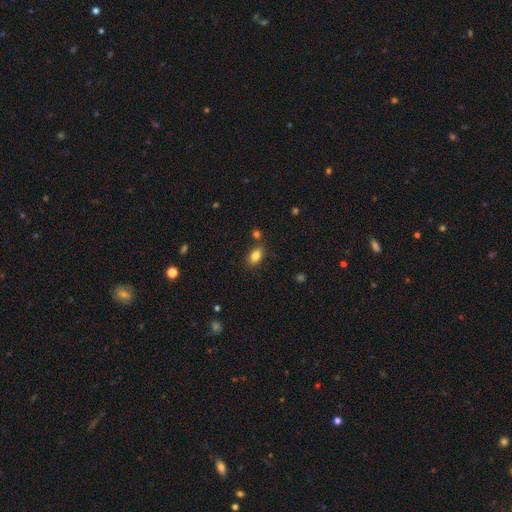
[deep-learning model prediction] The model was most divided on "merging": none: 79%, minor disturbance: 12%, merger: 7%, major disturbance: 3%. More confident: how rounded — in between (85%); smooth or featured — smooth (83%).